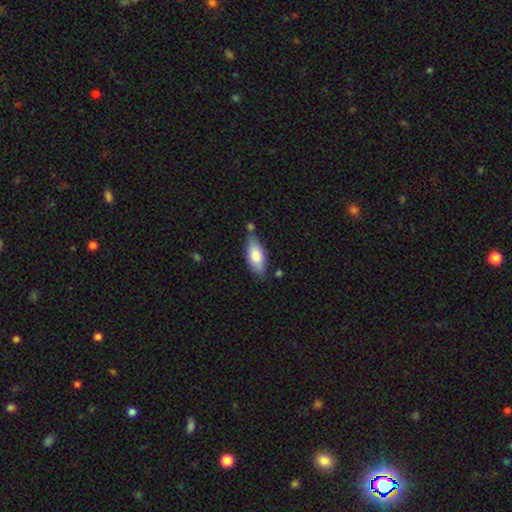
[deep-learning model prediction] smooth 78%, featured or disk 17%, star or artifact 6%. Down the decision tree: how rounded — in between (77%); merging — none (69%).